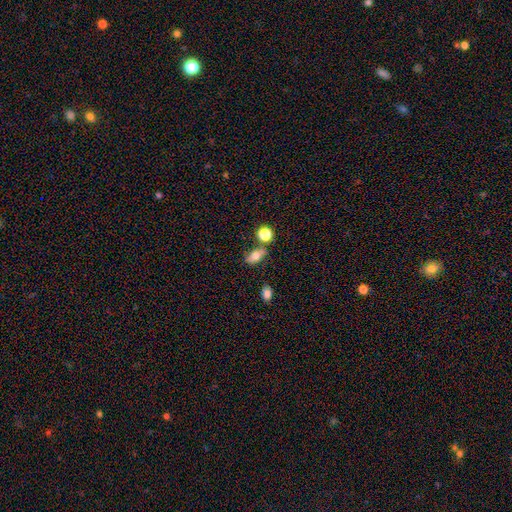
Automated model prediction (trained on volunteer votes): Smooth or featured: smooth — 67% (featured or disk — 21%)
How rounded: in between — 74% (round — 14%)
Merging: none — 65% (minor disturbance — 17%)